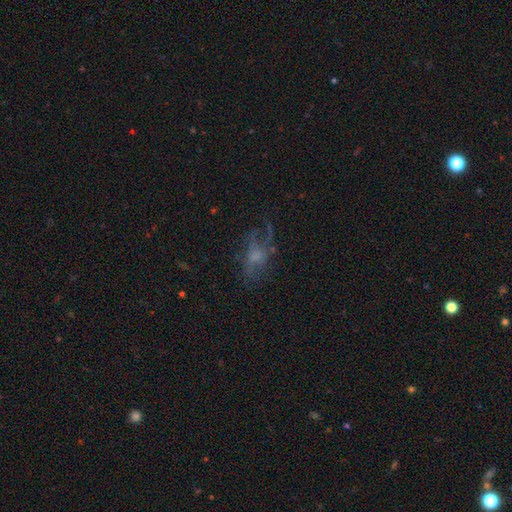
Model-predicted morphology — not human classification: Smooth or featured? Predicted: featured or disk (p=0.49). Merging? Predicted: none (p=0.48).